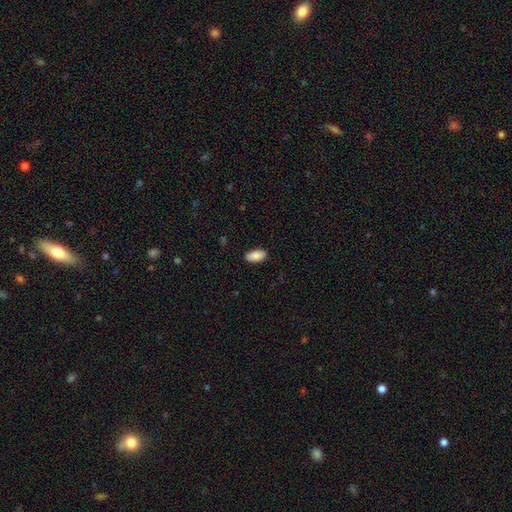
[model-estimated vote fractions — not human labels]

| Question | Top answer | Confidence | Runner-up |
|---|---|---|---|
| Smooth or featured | smooth | 88% | star or artifact (7%) |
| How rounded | in between | 94% | cigar-shaped (3%) |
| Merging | none | 89% | minor disturbance (9%) |